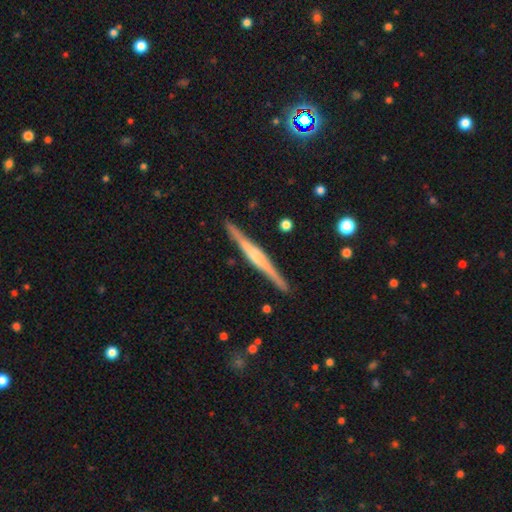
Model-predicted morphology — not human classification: type=featured or disk (76%); edge-on=yes (98%); edge-on bulge=rounded (58%); merging=none (90%).